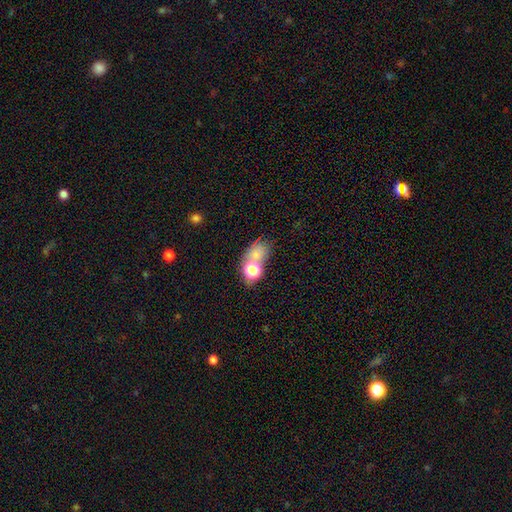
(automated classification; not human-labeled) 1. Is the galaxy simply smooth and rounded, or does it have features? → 70% smooth, 17% star or artifact, 13% featured or disk.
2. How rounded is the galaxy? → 54% in between, 44% round, 2% cigar-shaped.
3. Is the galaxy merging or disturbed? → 44% merger, 37% none, 11% minor disturbance, 8% major disturbance.